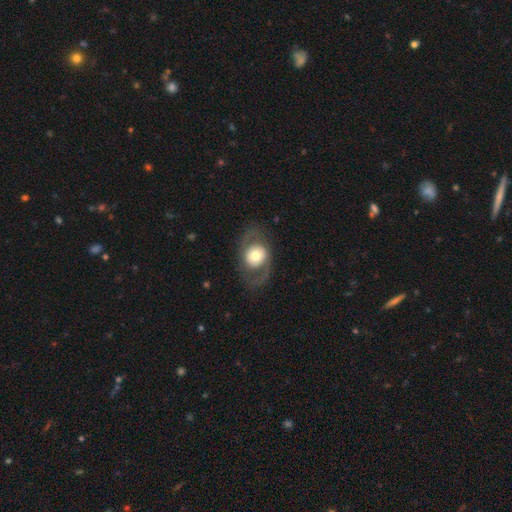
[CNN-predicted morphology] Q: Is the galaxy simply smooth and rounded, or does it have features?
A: featured or disk — 59%.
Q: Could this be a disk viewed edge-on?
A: no — 94%.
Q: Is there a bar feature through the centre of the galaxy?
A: no — 77%.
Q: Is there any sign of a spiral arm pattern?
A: yes — 55%.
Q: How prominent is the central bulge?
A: moderate — 53%.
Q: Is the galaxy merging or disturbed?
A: none — 73%.